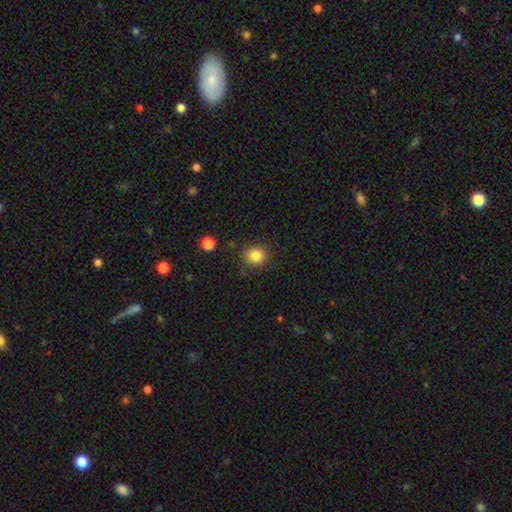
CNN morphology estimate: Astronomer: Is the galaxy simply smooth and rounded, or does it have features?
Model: smooth — 84%.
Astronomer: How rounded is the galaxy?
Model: round — 80%.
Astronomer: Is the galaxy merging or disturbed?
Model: none — 85%.